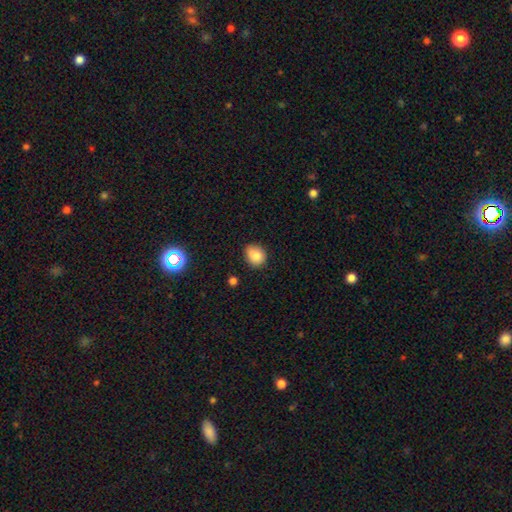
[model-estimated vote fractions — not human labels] Morphology: type=smooth (83%); roundness=round (56%); merging=none (73%).